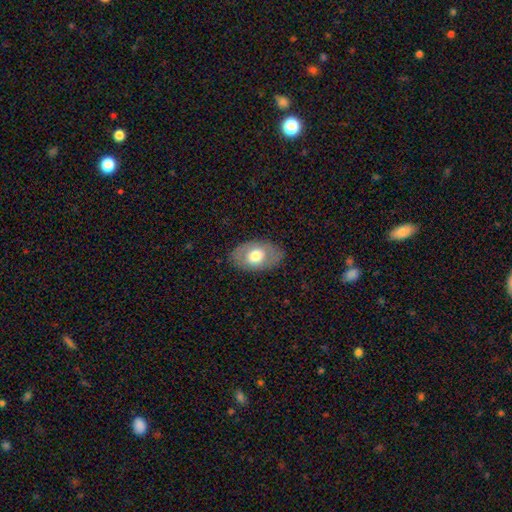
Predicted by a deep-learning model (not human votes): Smooth or featured?
  - smooth: 60% *
  - featured or disk: 33%
  - star or artifact: 6%
How rounded?
  - in between: 87% *
  - round: 11%
  - cigar-shaped: 1%
Merging?
  - none: 80% *
  - minor disturbance: 14%
  - major disturbance: 5%
  - merger: 1%